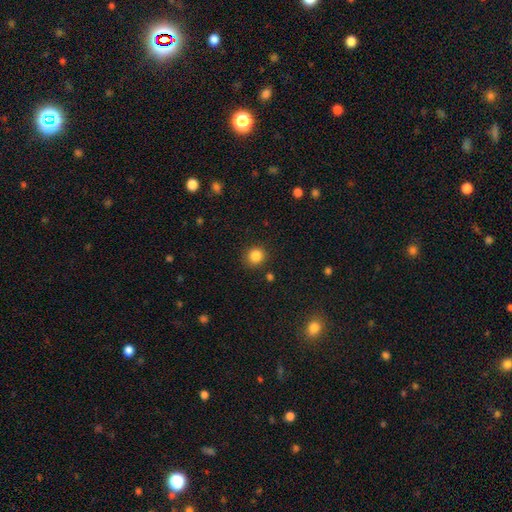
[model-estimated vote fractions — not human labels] smooth 85%, star or artifact 11%, featured or disk 4%. Down the decision tree: how rounded — round (89%); merging — none (88%).